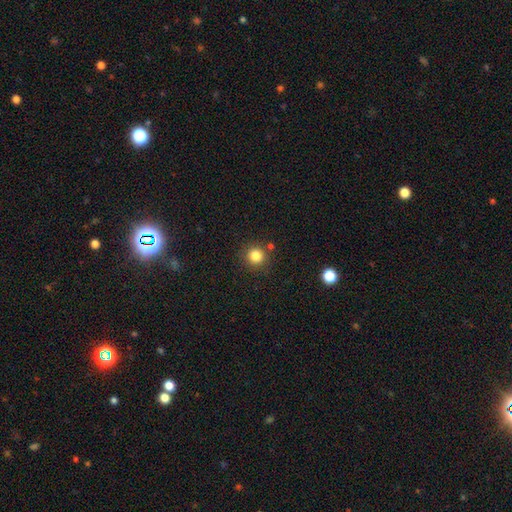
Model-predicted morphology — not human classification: Smooth or featured? Predicted: smooth (p=0.83). How rounded? Predicted: round (p=0.94). Merging? Predicted: none (p=0.86).